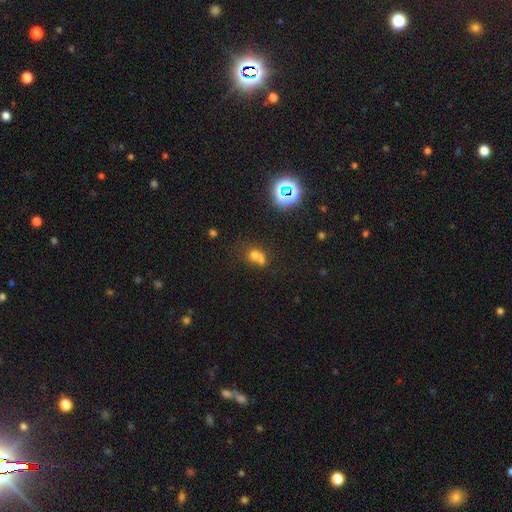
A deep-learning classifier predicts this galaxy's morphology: Overall: smooth (62%). How rounded: round (70%). Merging: merger (55%; none 32%).